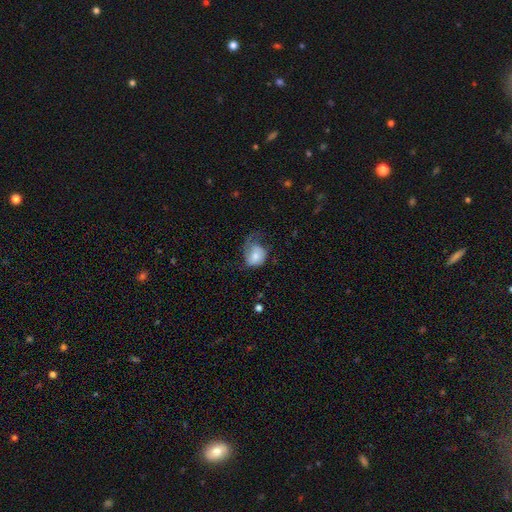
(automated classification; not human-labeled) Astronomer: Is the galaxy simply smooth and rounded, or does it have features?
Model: smooth — 63%.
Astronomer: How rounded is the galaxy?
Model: round — 53% (runner-up: in between, 46%).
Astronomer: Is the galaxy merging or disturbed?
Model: major disturbance — 43% (runner-up: minor disturbance, 29%).